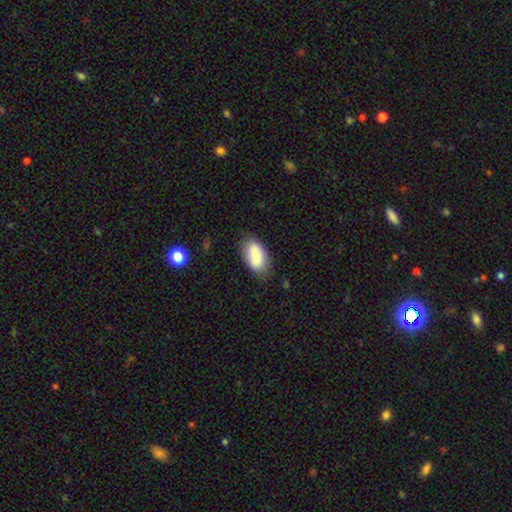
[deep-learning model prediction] smooth_or_featured: smooth (p=0.84) [alt: featured or disk p=0.10]
how_rounded: in between (p=0.94) [alt: round p=0.04]
merging: none (p=0.76) [alt: minor disturbance p=0.18]